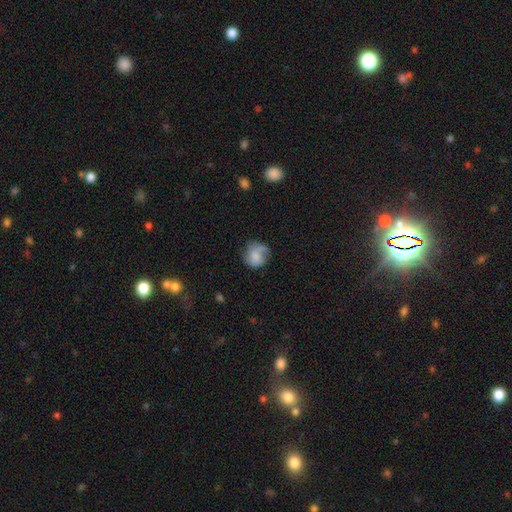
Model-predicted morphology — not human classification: Smooth or featured? Predicted: smooth (p=0.65). How rounded? Predicted: round (p=0.78). Merging? Predicted: none (p=0.52).